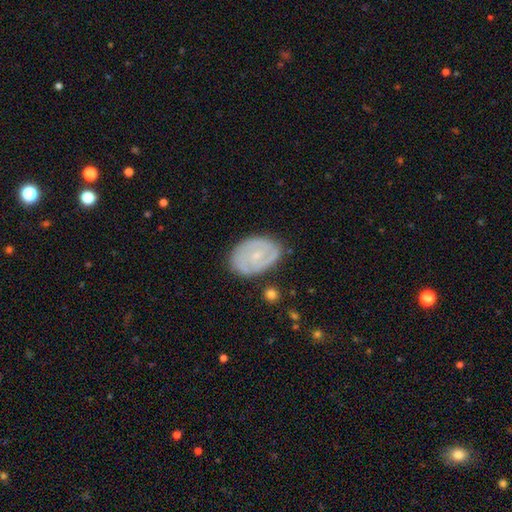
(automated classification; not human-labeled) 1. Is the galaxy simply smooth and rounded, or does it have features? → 68% featured or disk, 26% smooth, 6% star or artifact.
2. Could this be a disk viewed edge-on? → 96% no, 4% yes.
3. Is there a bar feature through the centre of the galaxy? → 53% no, 39% weak, 9% strong.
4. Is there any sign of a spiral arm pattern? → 79% yes, 21% no.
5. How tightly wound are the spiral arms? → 58% tight, 31% medium, 10% loose.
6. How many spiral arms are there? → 51% 2, 30% can't tell, 8% 3, 6% 1, 2% 4, 2% more than 4.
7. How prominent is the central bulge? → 73% small, 17% moderate, 7% none, 1% large, 1% dominant.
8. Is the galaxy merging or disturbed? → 75% none, 17% minor disturbance, 5% major disturbance, 2% merger.